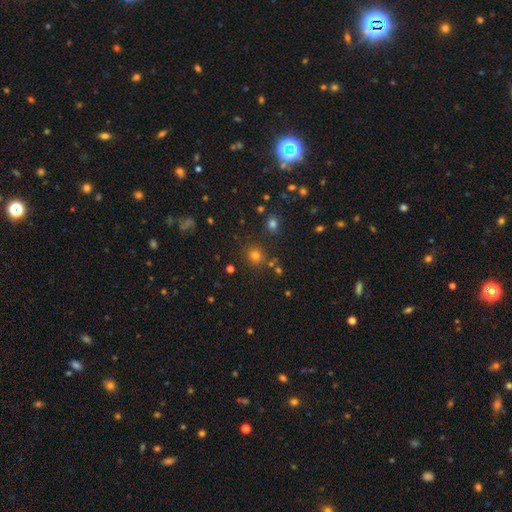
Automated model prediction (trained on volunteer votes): A smooth galaxy with no disk features (75%) that is round (85%). Merging: none (82%).